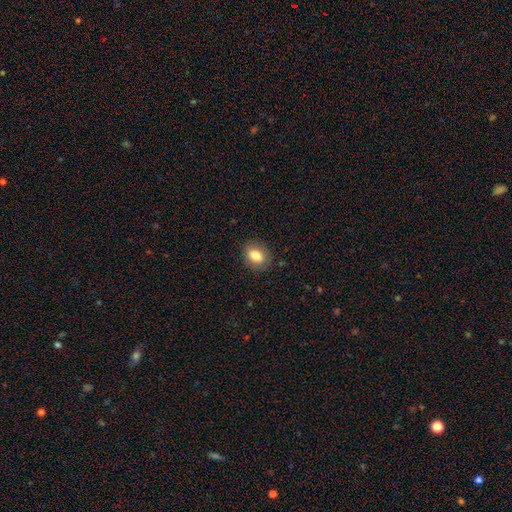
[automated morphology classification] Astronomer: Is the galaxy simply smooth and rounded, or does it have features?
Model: smooth — 83%.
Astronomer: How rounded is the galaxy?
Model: in between — 71%.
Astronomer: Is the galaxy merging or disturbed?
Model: none — 85%.